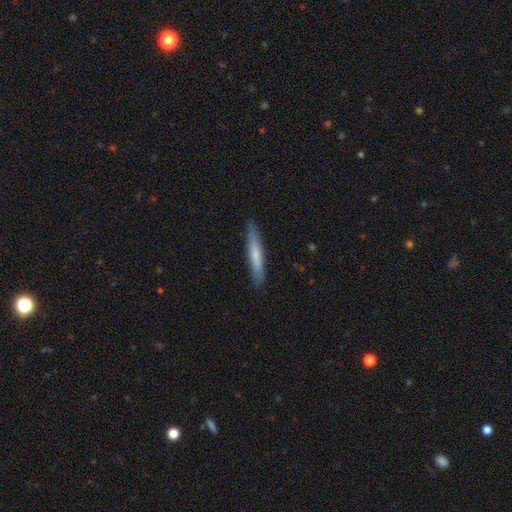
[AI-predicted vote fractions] Morphology: type=smooth (69%); roundness=cigar-shaped (93%); merging=none (89%).